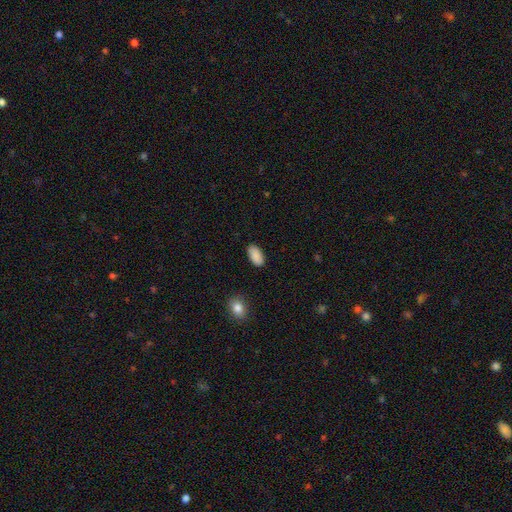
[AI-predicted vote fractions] Overall: smooth (90%). How rounded: in between (94%). Merging: none (87%).